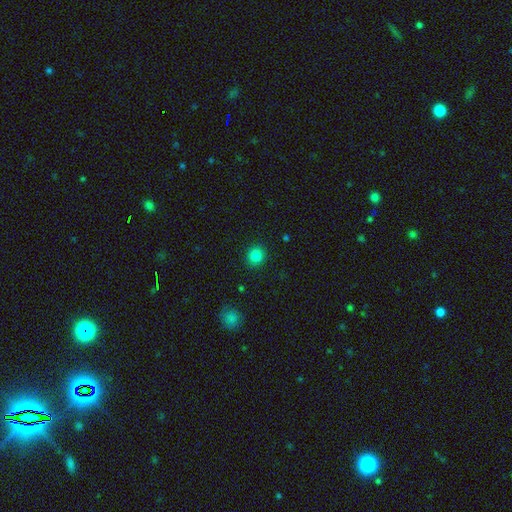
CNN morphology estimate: A smooth galaxy with no disk features (84%) that is round (90%).

Vote fractions:
- Smooth or featured? smooth: 84% / star or artifact: 12% / featured or disk: 4%
- How rounded? round: 90% / in between: 9% / cigar-shaped: 1%
- Merging? none: 91% / minor disturbance: 6% / major disturbance: 2% / merger: 1%